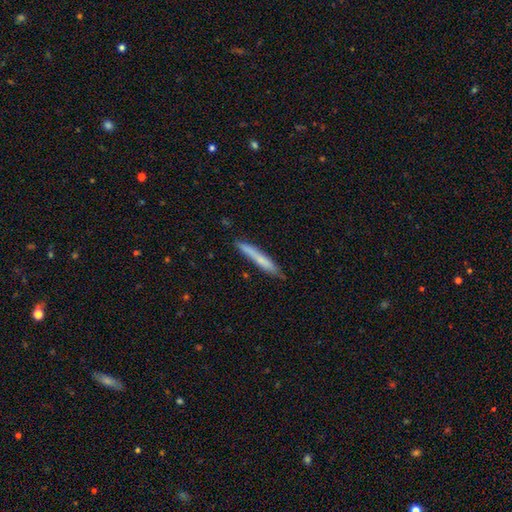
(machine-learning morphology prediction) smooth_or_featured: smooth (p=0.67) [alt: featured or disk p=0.27]
how_rounded: cigar-shaped (p=0.96) [alt: in between p=0.03]
merging: none (p=0.82) [alt: minor disturbance p=0.14]